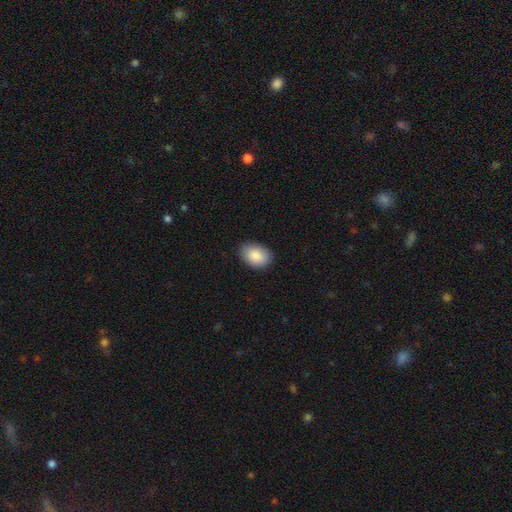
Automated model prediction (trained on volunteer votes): This appears to be a smooth galaxy with no disk features (88%) that is in between round and cigar-shaped (82%). Merging: none (87%).